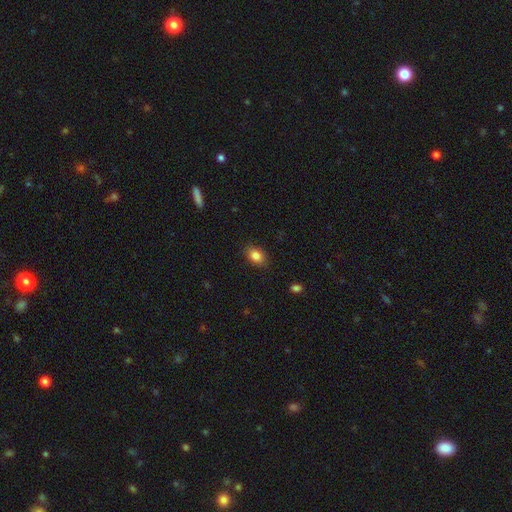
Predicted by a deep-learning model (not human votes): smooth 85%, star or artifact 9%, featured or disk 7%. Down the decision tree: how rounded — in between (78%); merging — none (86%).